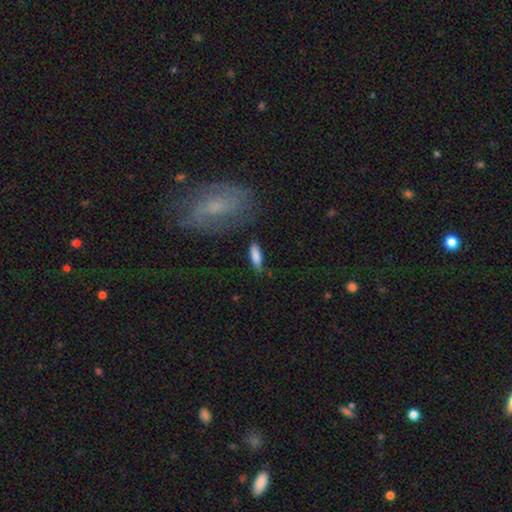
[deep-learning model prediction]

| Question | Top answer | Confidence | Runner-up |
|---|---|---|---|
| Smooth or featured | smooth | 84% | featured or disk (10%) |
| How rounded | in between | 51% | cigar-shaped (46%) |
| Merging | none | 75% | minor disturbance (18%) |